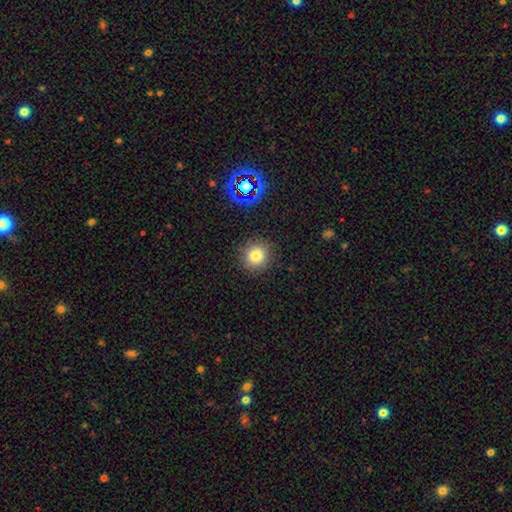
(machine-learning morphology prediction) The model was most divided on "smooth or featured": smooth: 79%, star or artifact: 14%, featured or disk: 7%. More confident: how rounded — round (91%); merging — none (89%).